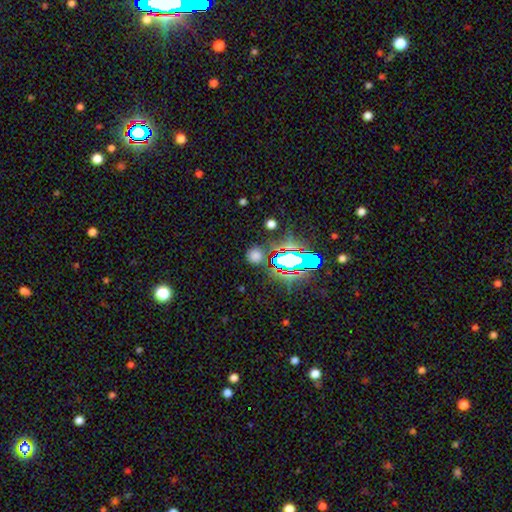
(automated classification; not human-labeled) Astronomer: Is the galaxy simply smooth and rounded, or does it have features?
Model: smooth — 63%.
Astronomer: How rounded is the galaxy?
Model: round — 88%.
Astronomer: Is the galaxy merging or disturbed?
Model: none — 80%.